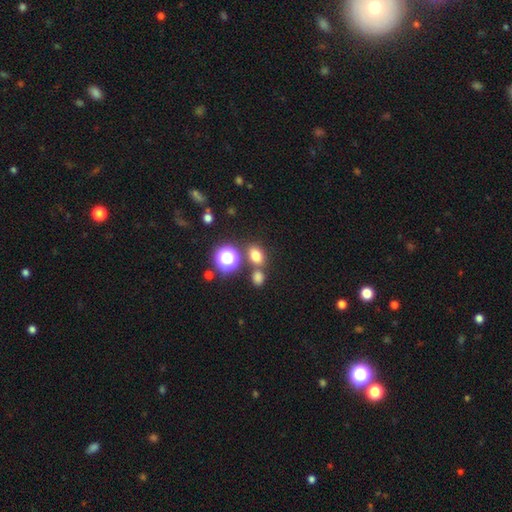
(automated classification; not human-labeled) Overall: smooth (73%). How rounded: in between (56%; round 42%). Merging: none (69%).